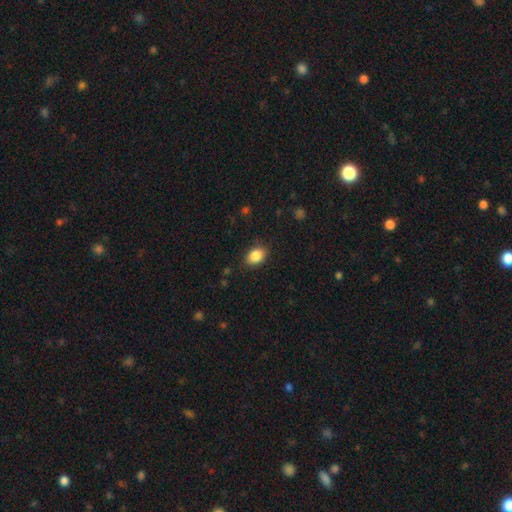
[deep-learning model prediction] Morphology: type=smooth (87%); roundness=in between (80%); merging=none (86%).